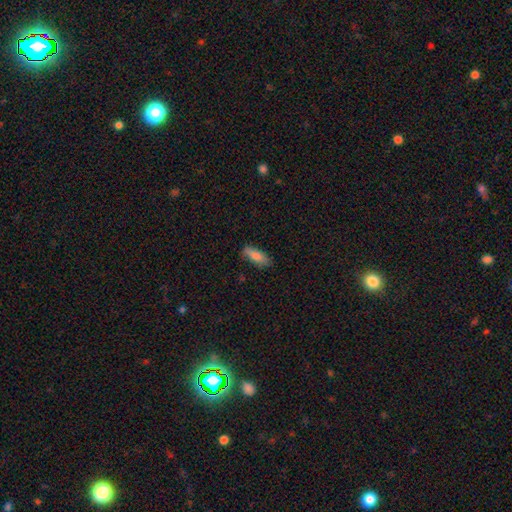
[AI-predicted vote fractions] smooth-or-featured: smooth: 81% | featured or disk: 13% | star or artifact: 6%
  how-rounded: in between: 66% | cigar-shaped: 32% | round: 2%
  merging: none: 77% | minor disturbance: 18% | major disturbance: 3% | merger: 1%